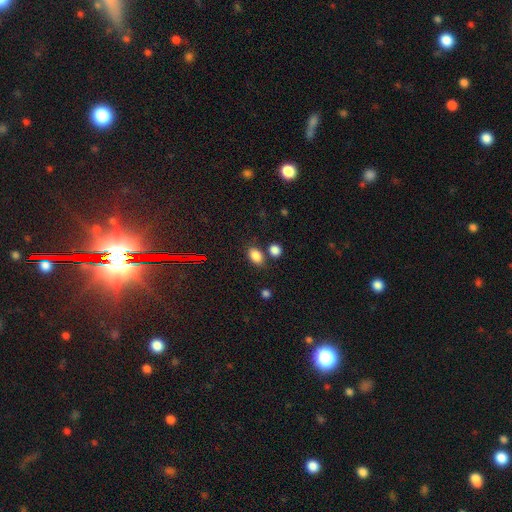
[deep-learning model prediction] This appears to be a smooth galaxy with no disk features (83%) that is in between round and cigar-shaped (80%). Merging: none (70%).